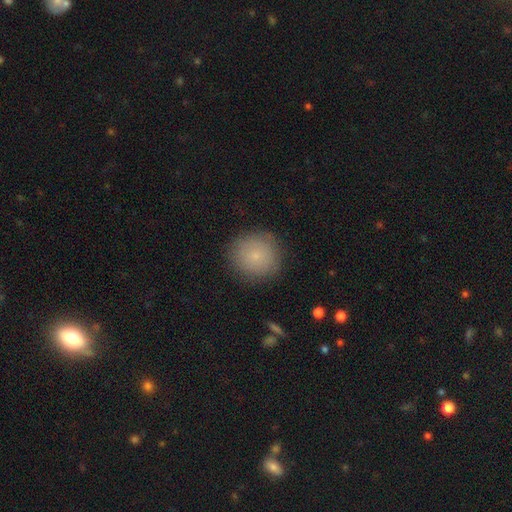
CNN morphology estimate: Overall: smooth (80%). How rounded: round (92%). Merging: none (86%).